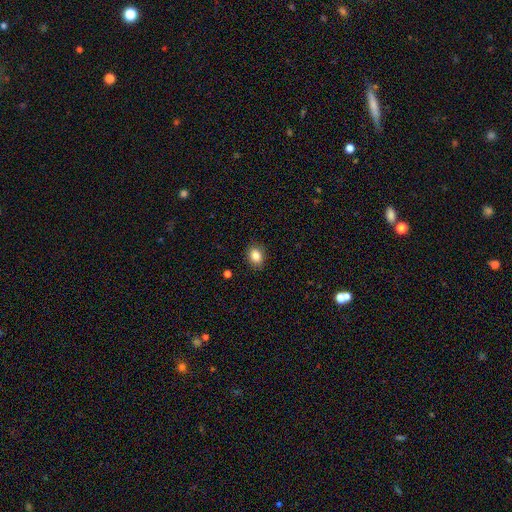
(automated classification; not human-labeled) Overall: smooth (85%). How rounded: in between (69%; round 30%). Merging: none (88%).